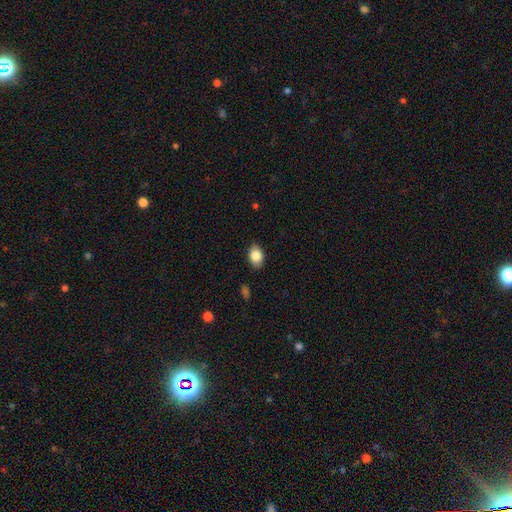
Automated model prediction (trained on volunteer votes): smooth_or_featured: smooth (p=0.85) [alt: star or artifact p=0.08]
how_rounded: in between (p=0.81) [alt: round p=0.18]
merging: none (p=0.86) [alt: minor disturbance p=0.11]